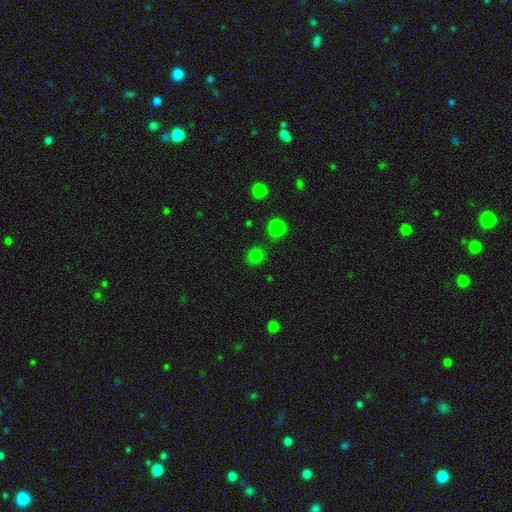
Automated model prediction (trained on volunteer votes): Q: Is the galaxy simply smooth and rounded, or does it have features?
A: smooth — 79%.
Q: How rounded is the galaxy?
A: round — 87%.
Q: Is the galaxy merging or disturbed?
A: none — 85%.